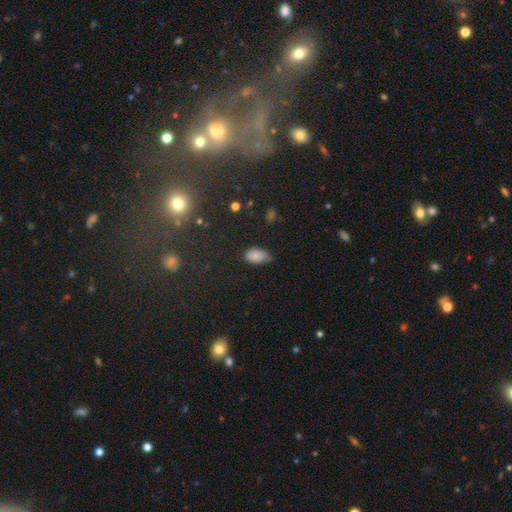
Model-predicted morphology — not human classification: smooth 83%, star or artifact 10%, featured or disk 7%. Down the decision tree: how rounded — in between (92%); merging — minor disturbance (45%, tied with none).